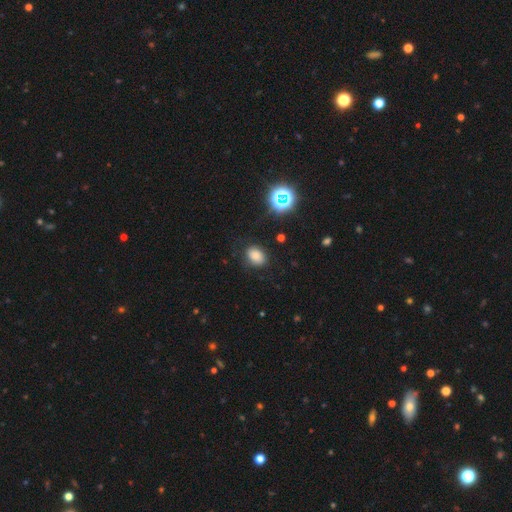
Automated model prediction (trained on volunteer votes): Smooth or featured? Predicted: smooth (p=0.76). How rounded? Predicted: in between (p=0.66). Merging? Predicted: none (p=0.81).